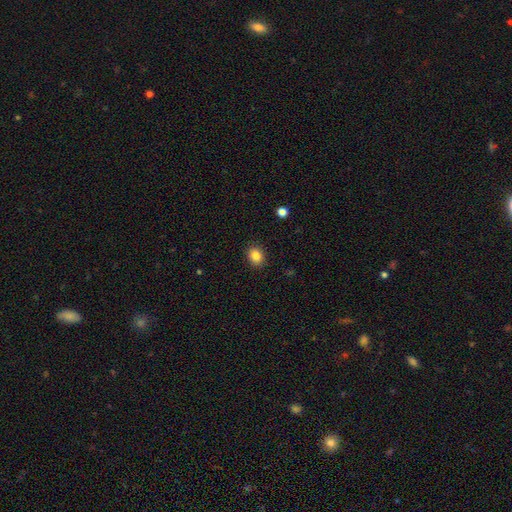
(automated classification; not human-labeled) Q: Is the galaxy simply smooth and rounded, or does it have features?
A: smooth — 86%.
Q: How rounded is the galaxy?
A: in between — 51%.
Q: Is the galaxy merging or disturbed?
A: none — 89%.